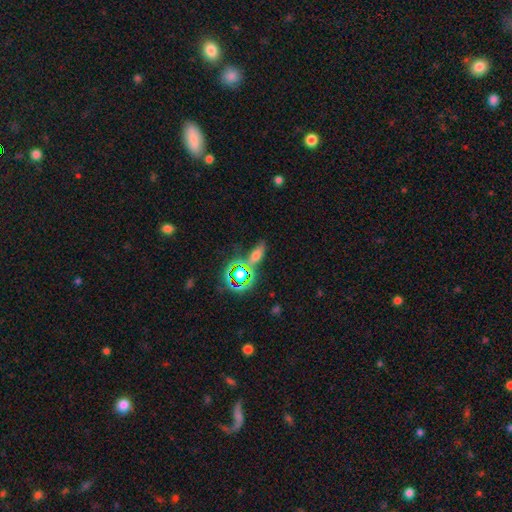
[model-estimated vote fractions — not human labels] smooth 48%, star or artifact 31%, featured or disk 21%. Down the decision tree: merging — none (64%).